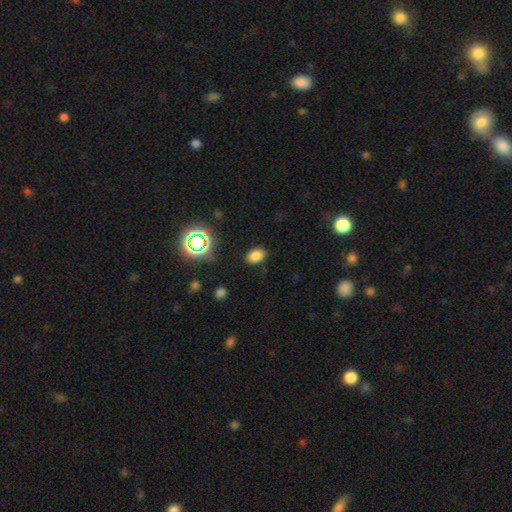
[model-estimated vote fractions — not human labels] A smooth galaxy with no disk features (78%) that is in between round and cigar-shaped (81%).

Vote fractions:
- Smooth or featured? smooth: 78% / star or artifact: 17% / featured or disk: 6%
- How rounded? in between: 81% / round: 18% / cigar-shaped: 1%
- Merging? none: 86% / minor disturbance: 10% / major disturbance: 3% / merger: 1%